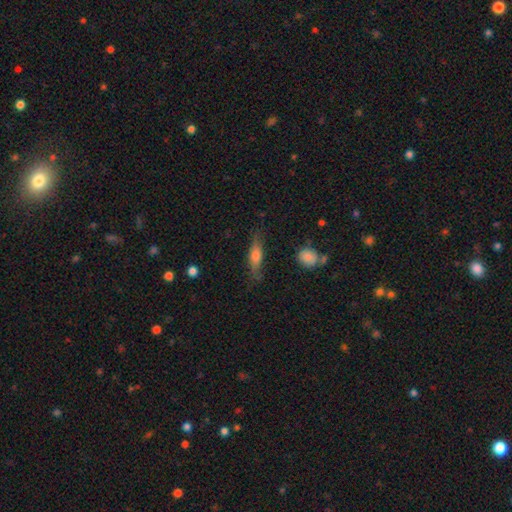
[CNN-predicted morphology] Q: Smooth or featured?
A: smooth (51%); runner-up: featured or disk (41%)
Q: How rounded?
A: cigar-shaped (64%); runner-up: in between (32%)
Q: Merging?
A: none (78%); runner-up: minor disturbance (16%)